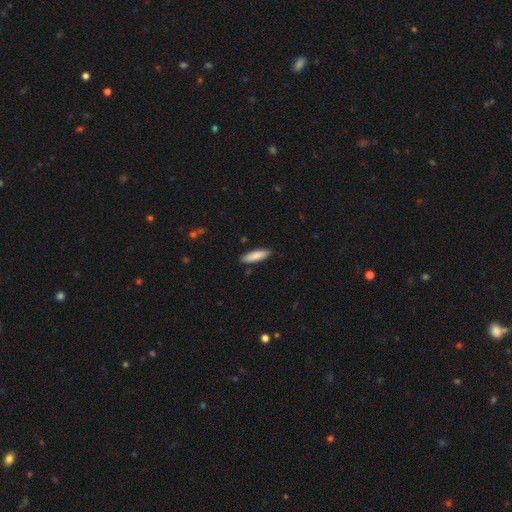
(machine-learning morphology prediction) Smooth or featured?
  - smooth: 85% *
  - featured or disk: 9%
  - star or artifact: 6%
How rounded?
  - cigar-shaped: 57% *
  - in between: 41%
  - round: 1%
Merging?
  - none: 87% *
  - minor disturbance: 10%
  - major disturbance: 2%
  - merger: 1%